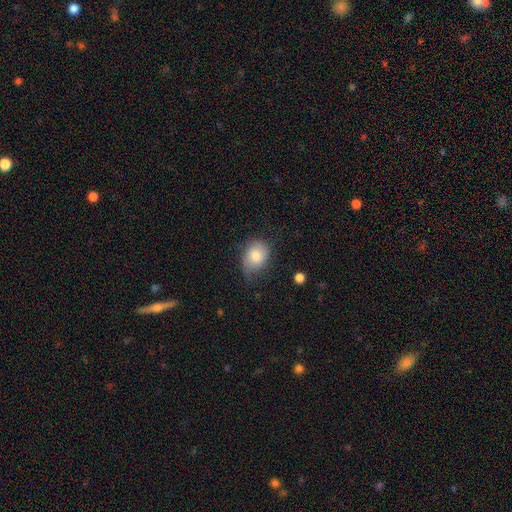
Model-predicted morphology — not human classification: A smooth galaxy with no disk features (78%) that is in between round and cigar-shaped (55%).

Vote fractions:
- Smooth or featured? smooth: 78% / featured or disk: 14% / star or artifact: 8%
- How rounded? in between: 55% / round: 44% / cigar-shaped: 1%
- Merging? none: 49% / minor disturbance: 37% / major disturbance: 12% / merger: 2%